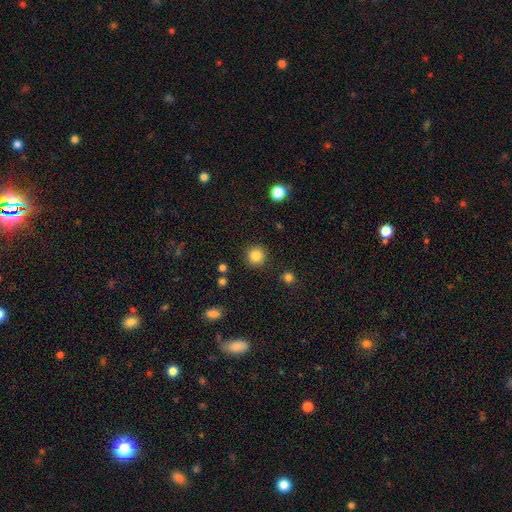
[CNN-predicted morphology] Q: Smooth or featured?
A: smooth (85%); runner-up: star or artifact (11%)
Q: How rounded?
A: round (95%); runner-up: in between (4%)
Q: Merging?
A: none (91%); runner-up: minor disturbance (6%)